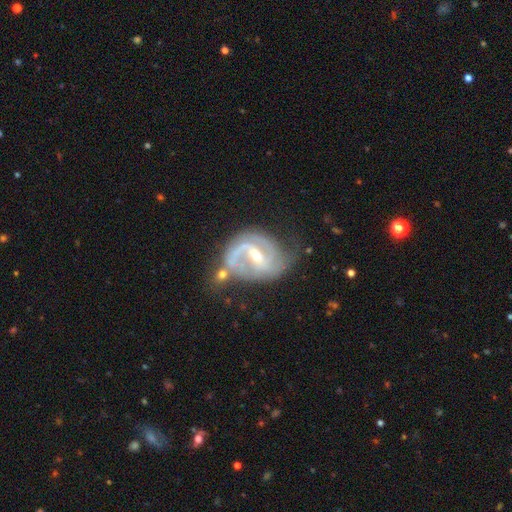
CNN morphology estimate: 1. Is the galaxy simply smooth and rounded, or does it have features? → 89% featured or disk, 6% smooth, 5% star or artifact.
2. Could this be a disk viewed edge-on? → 98% no, 2% yes.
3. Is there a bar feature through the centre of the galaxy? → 48% weak, 29% strong, 23% no.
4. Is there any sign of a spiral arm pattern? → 96% yes, 4% no.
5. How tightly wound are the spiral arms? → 50% medium, 29% tight, 21% loose.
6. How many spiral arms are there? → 68% 2, 12% 3, 9% can't tell, 6% 1, 3% 4, 2% more than 4.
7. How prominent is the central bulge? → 57% small, 40% moderate, 1% large, 1% none, 1% dominant.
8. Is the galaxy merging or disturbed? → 47% none, 25% minor disturbance, 16% major disturbance, 12% merger.